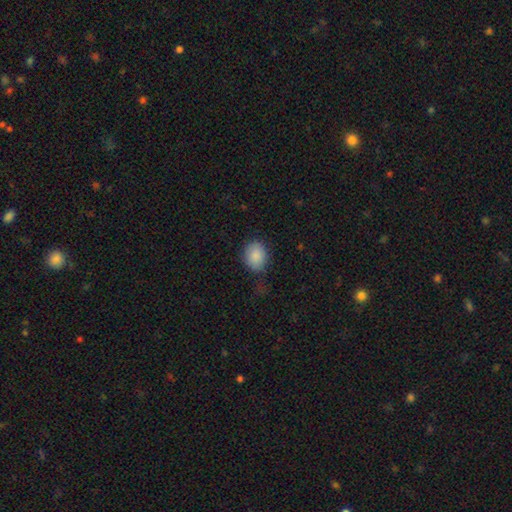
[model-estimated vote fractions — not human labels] smooth 87%, star or artifact 8%, featured or disk 5%. Down the decision tree: how rounded — round (53%); merging — none (70%).